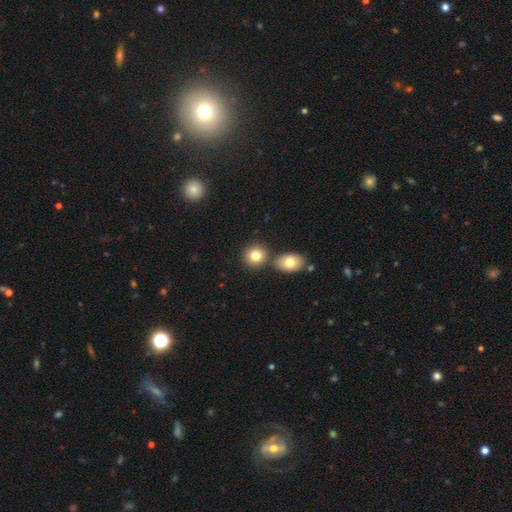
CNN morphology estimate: Smooth or featured: smooth — 80% (star or artifact — 10%)
How rounded: round — 80% (in between — 19%)
Merging: none — 68% (merger — 21%)